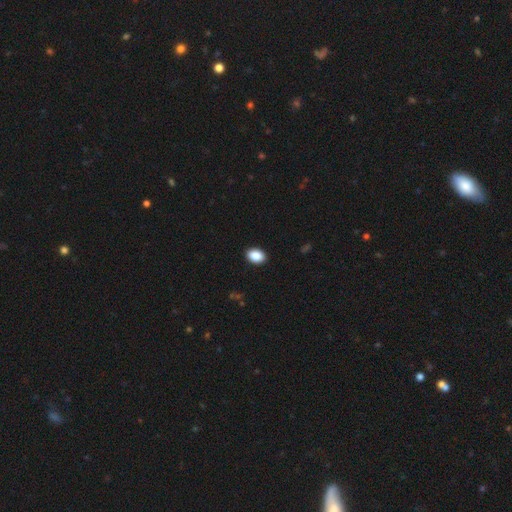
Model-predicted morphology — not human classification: This appears to be a smooth galaxy with no disk features (89%) that is in between round and cigar-shaped (81%). Merging: none (91%).